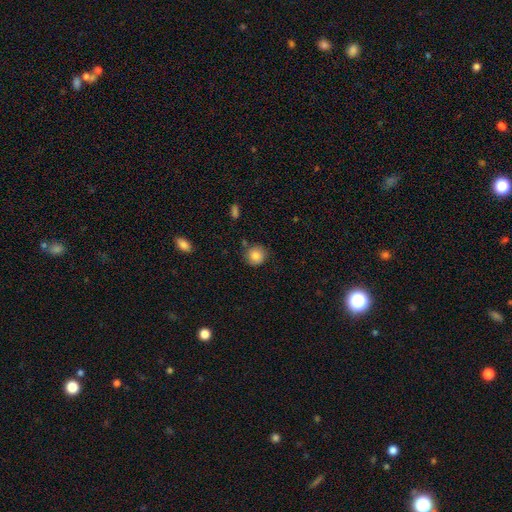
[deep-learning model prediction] The model was most divided on "merging": none: 82%, minor disturbance: 12%, merger: 3%, major disturbance: 3%. More confident: how rounded — round (90%); smooth or featured — smooth (85%).